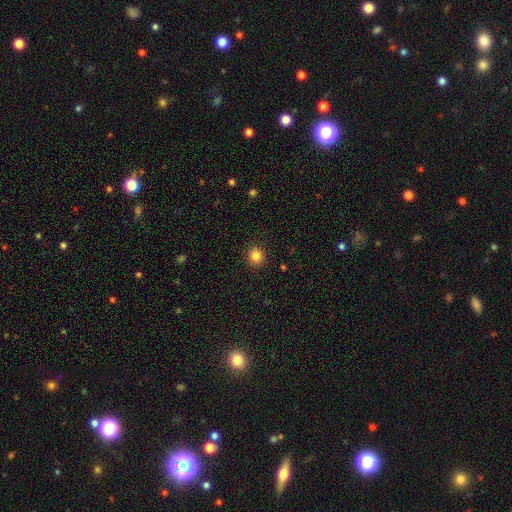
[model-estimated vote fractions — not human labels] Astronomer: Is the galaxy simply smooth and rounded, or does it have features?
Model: smooth — 85%.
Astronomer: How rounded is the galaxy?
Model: round — 87%.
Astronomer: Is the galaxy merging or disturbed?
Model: none — 91%.